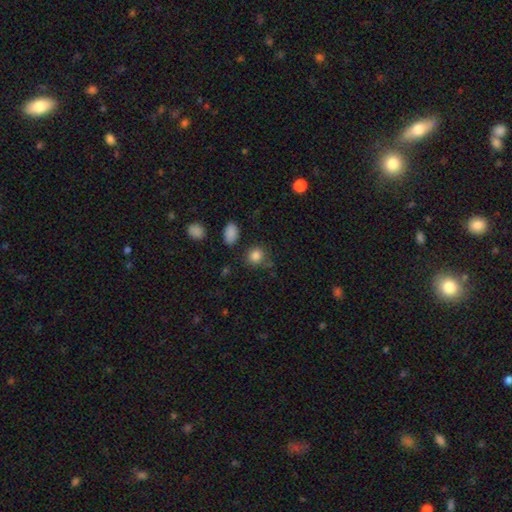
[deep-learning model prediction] Smooth or featured? smooth (84%)
How rounded? round (81%)
Merging? none (73%)